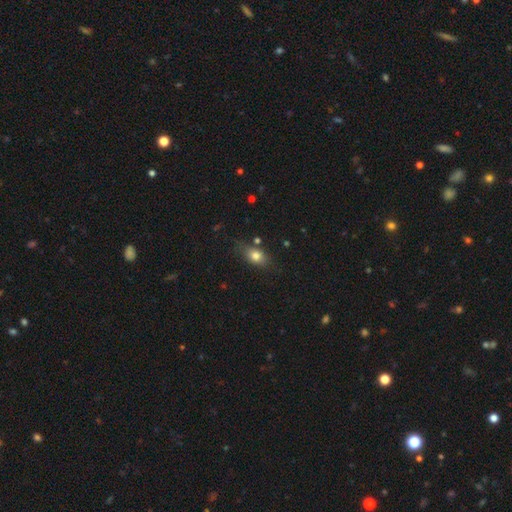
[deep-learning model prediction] Smooth or featured: smooth — 78% (featured or disk — 12%)
How rounded: in between — 74% (round — 21%)
Merging: none — 71% (minor disturbance — 19%)